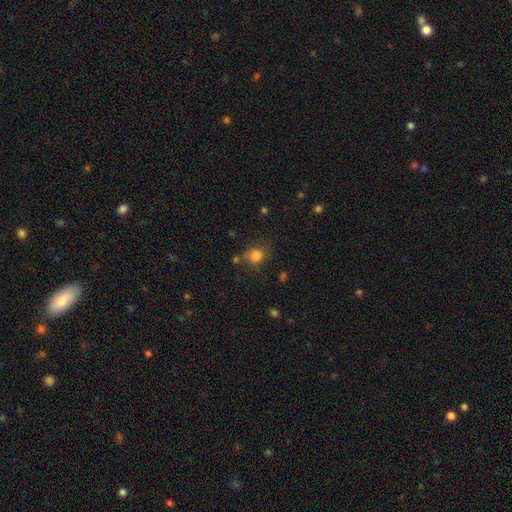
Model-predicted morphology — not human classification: This appears to be a smooth galaxy with no disk features (82%) that is round (78%). Merging: none (68%).